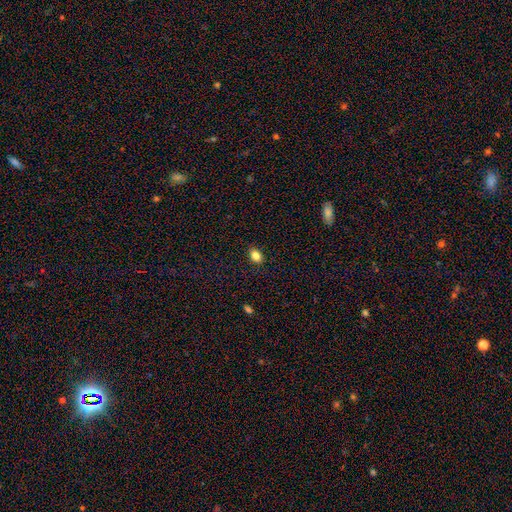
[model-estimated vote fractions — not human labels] This is clearly a smooth galaxy (84%). How rounded: likely in between (72%). Merging: clearly none (89%).